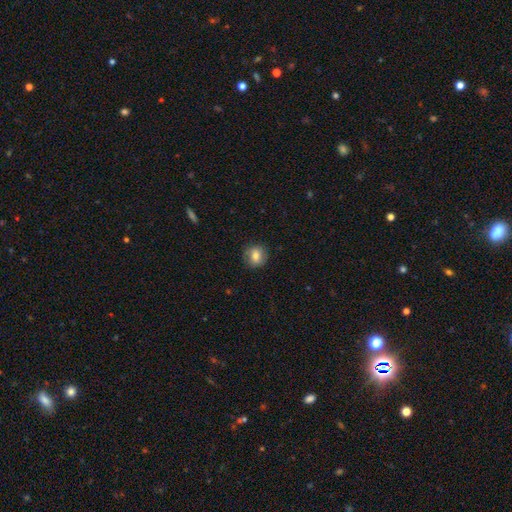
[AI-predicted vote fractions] A smooth galaxy with no disk features (71%) that is round (85%). Merging: none (84%).